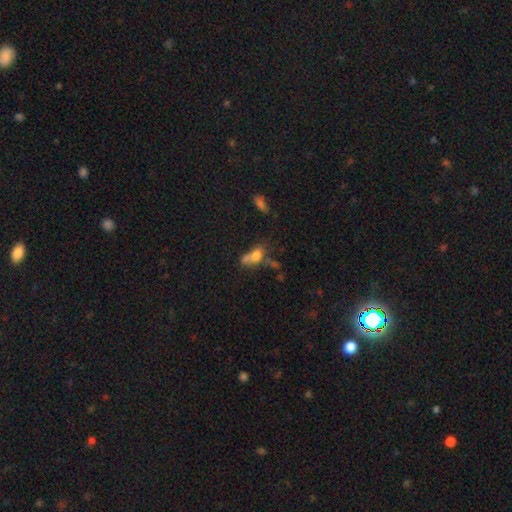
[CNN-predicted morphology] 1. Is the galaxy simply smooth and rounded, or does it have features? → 64% smooth, 23% featured or disk, 13% star or artifact.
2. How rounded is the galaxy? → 67% in between, 25% round, 8% cigar-shaped.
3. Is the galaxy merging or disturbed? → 47% merger, 25% none, 14% minor disturbance, 14% major disturbance.